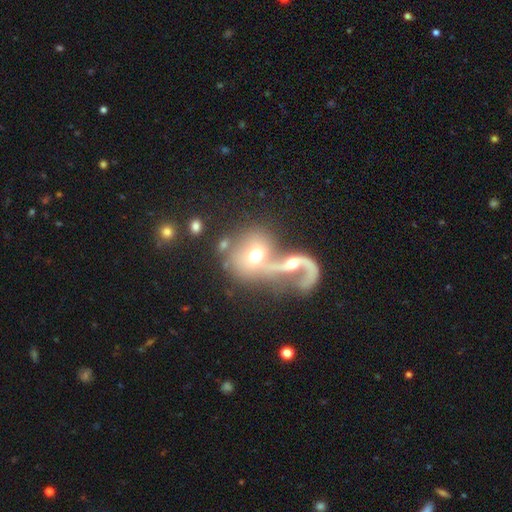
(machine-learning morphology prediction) type=smooth (47%); merging=merger (59%).